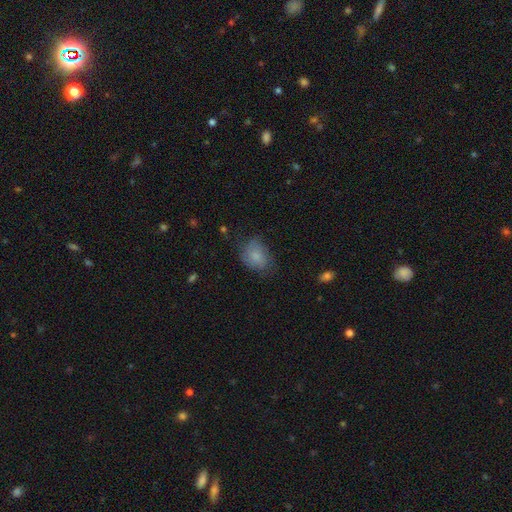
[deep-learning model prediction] This appears to be a smooth galaxy with no disk features (78%) that is in between round and cigar-shaped (66%). Merging: none (58%).